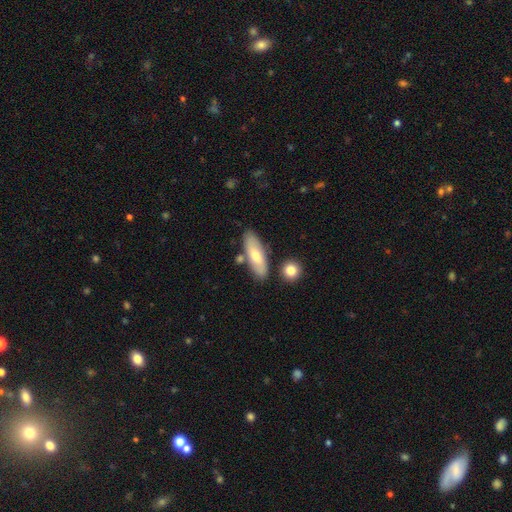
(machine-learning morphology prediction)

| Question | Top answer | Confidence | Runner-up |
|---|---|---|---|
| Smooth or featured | smooth | 63% | featured or disk (31%) |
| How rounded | in between | 64% | cigar-shaped (33%) |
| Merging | none | 76% | minor disturbance (13%) |